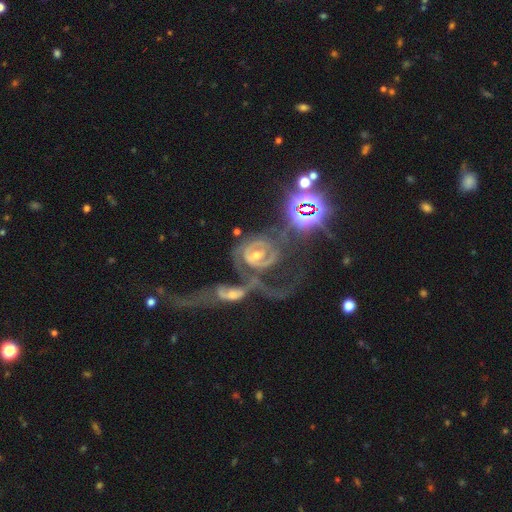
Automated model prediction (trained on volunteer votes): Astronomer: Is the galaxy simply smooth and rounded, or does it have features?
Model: featured or disk — 78%.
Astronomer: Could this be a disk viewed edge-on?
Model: no — 95%.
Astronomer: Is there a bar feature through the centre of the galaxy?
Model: no — 47% (runner-up: weak, 35%).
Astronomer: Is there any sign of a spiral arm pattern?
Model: yes — 76%.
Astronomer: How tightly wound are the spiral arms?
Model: tight — 41% (runner-up: medium, 31%).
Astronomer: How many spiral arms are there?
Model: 2 — 48% (runner-up: can't tell, 30%).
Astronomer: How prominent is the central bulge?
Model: moderate — 54% (runner-up: small, 36%).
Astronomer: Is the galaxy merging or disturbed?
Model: merger — 51%.